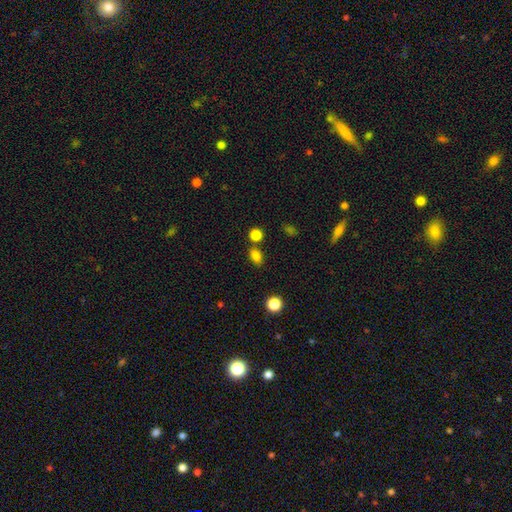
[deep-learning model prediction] Smooth or featured?
  - smooth: 83% *
  - star or artifact: 13%
  - featured or disk: 5%
How rounded?
  - in between: 76% *
  - round: 22%
  - cigar-shaped: 2%
Merging?
  - none: 70% *
  - merger: 14%
  - minor disturbance: 12%
  - major disturbance: 4%